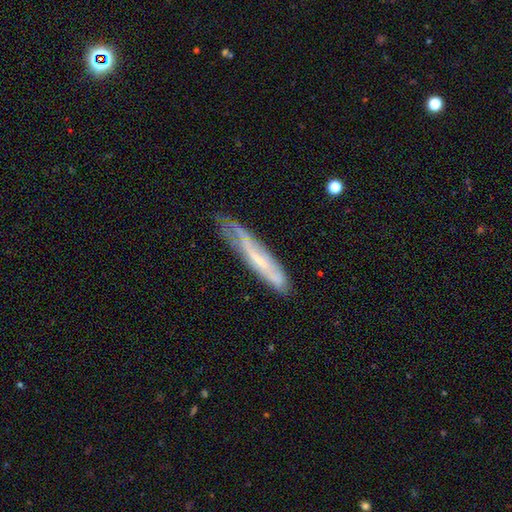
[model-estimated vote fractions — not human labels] The model was most divided on "smooth or featured": featured or disk: 57%, smooth: 34%, star or artifact: 9%. More confident: merging — none (70%); edge-on disk — yes (66%).